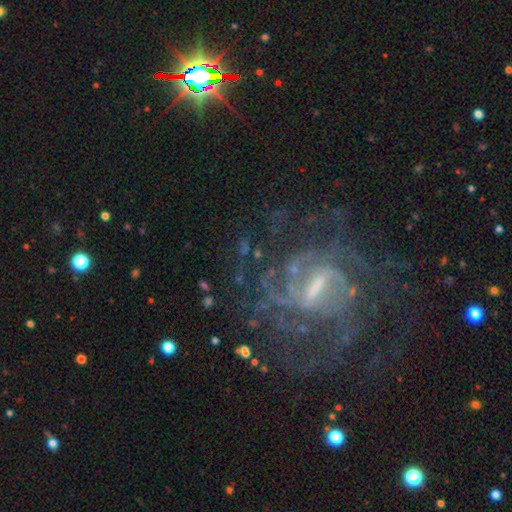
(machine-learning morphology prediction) The model was most divided on "spiral winding": tight: 48%, medium: 39%, loose: 13%. Remaining: edge-on disk — no (96%); spiral arms — yes (92%); smooth or featured — featured or disk (83%); merging — none (64%); bulge size — small (50%); bar — weak (49%); spiral arm count — can't tell (41%).